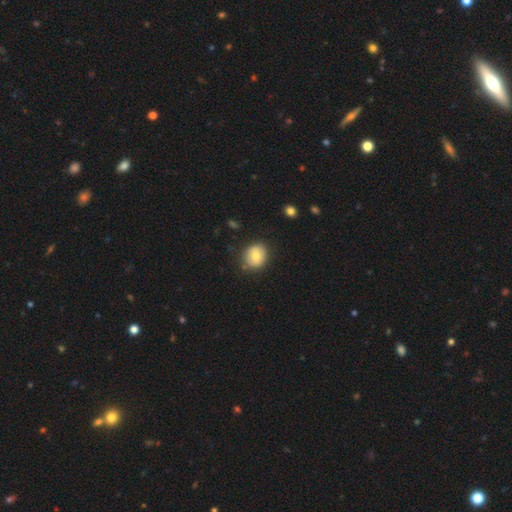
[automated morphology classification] smooth 71%, featured or disk 21%, star or artifact 8%. Down the decision tree: how rounded — round (71%); merging — none (79%).